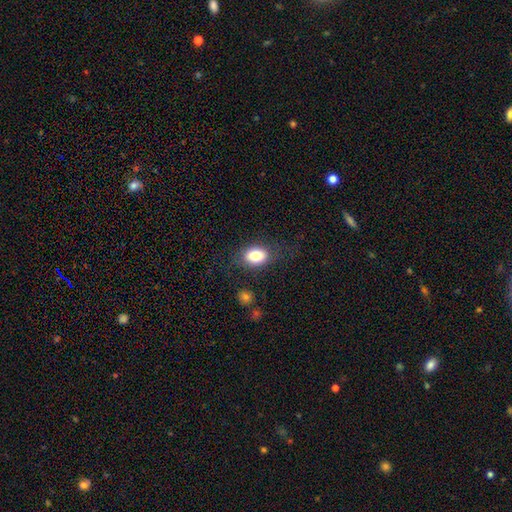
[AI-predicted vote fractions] Smooth or featured?
  - smooth: 82% *
  - featured or disk: 10%
  - star or artifact: 9%
How rounded?
  - in between: 77% *
  - round: 21%
  - cigar-shaped: 1%
Merging?
  - none: 78% *
  - minor disturbance: 14%
  - major disturbance: 6%
  - merger: 2%